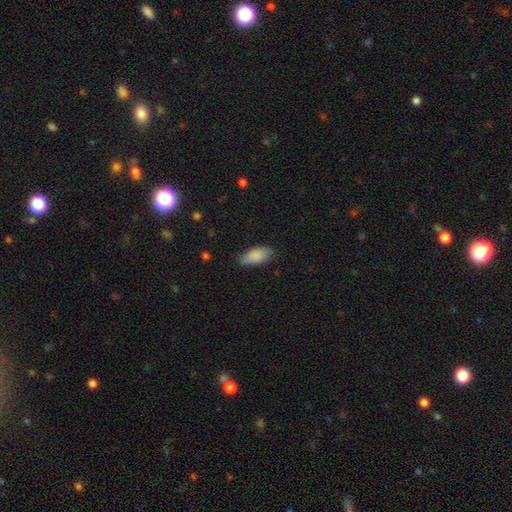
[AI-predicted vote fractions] Overall: smooth (87%). How rounded: in between (89%). Merging: none (76%).